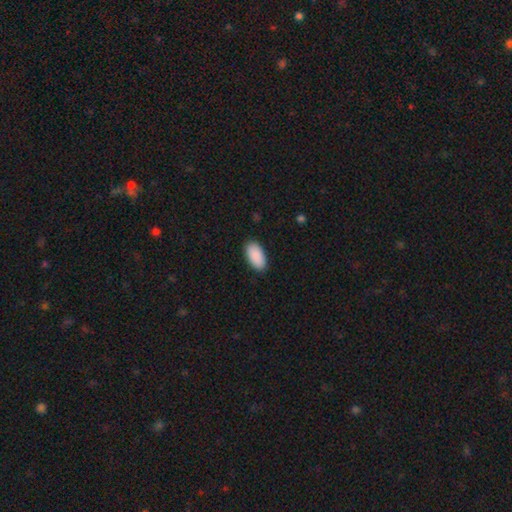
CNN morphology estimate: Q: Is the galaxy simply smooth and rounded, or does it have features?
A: smooth — 91%.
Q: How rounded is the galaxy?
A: in between — 96%.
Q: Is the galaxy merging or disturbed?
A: none — 88%.